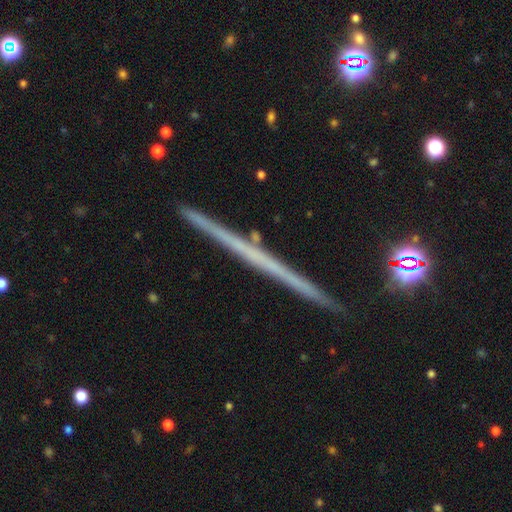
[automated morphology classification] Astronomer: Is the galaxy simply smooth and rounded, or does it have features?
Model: featured or disk — 70%.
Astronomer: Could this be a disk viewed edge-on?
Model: yes — 98%.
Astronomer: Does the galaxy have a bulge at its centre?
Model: none — 91%.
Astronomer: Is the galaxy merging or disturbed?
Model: none — 92%.